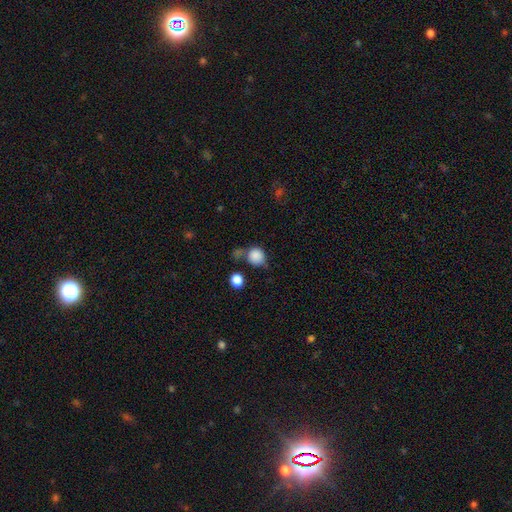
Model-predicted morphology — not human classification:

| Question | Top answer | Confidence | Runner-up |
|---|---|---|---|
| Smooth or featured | smooth | 85% | star or artifact (10%) |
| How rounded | round | 87% | in between (12%) |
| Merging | none | 51% | merger (21%) |